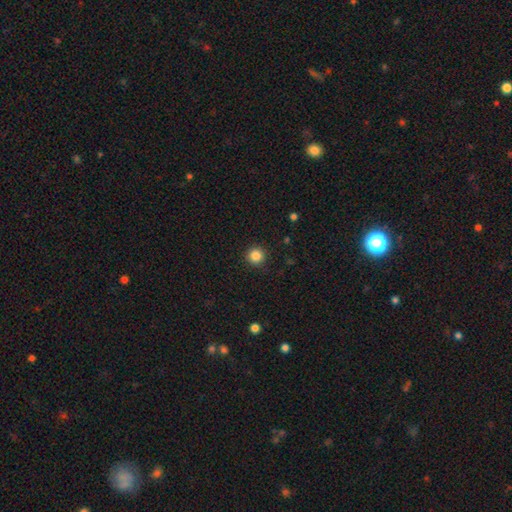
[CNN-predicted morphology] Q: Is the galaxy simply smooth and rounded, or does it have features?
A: smooth — 85%.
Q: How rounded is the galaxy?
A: round — 95%.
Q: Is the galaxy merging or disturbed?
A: none — 92%.